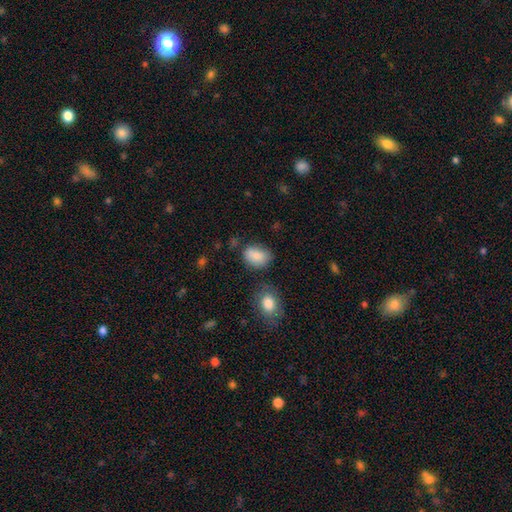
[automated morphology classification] smooth 86%, star or artifact 8%, featured or disk 6%. Down the decision tree: how rounded — in between (74%); merging — none (66%).